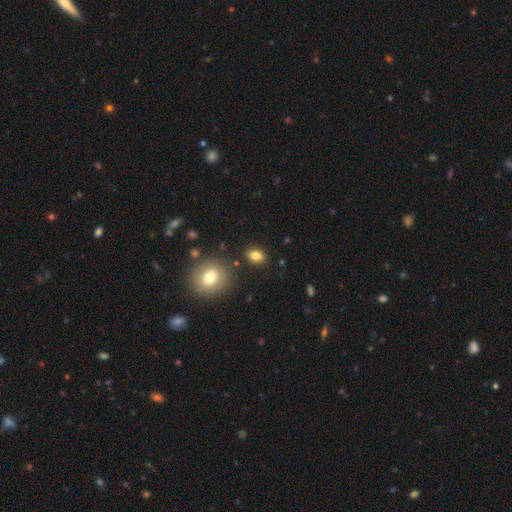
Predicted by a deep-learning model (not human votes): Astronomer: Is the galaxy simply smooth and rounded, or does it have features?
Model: smooth — 81%.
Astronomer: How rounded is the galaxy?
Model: in between — 73%.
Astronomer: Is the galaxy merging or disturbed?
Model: none — 85%.